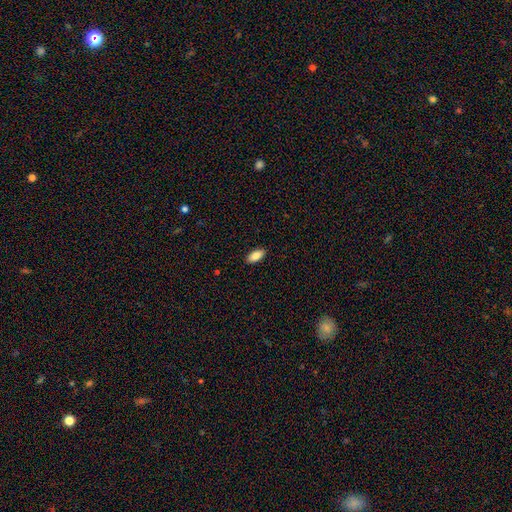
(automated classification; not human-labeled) This appears to be a smooth galaxy with no disk features (86%) that is in between round and cigar-shaped (88%). Merging: none (90%).